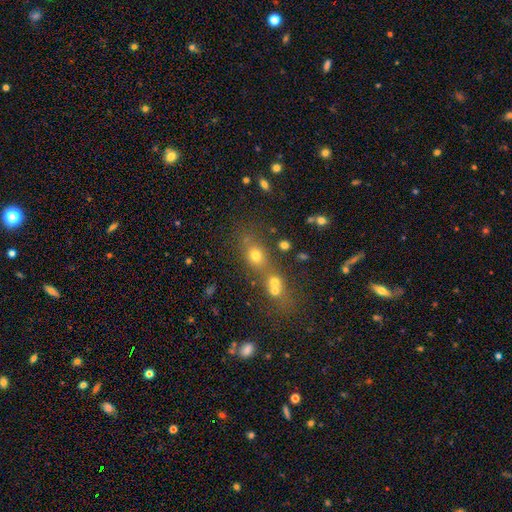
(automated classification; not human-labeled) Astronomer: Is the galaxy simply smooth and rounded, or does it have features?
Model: smooth — 61%.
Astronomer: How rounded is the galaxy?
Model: round — 58% (runner-up: in between, 35%).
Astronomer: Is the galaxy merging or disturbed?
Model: none — 48% (runner-up: merger, 36%).